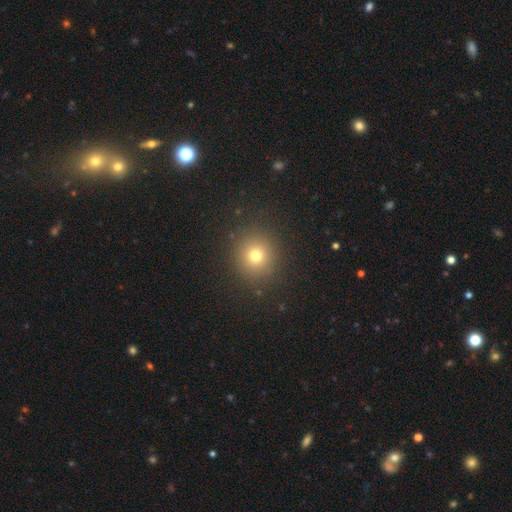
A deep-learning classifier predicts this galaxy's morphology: This is likely a smooth galaxy (74%). How rounded: clearly round (89%). Merging: clearly none (89%).